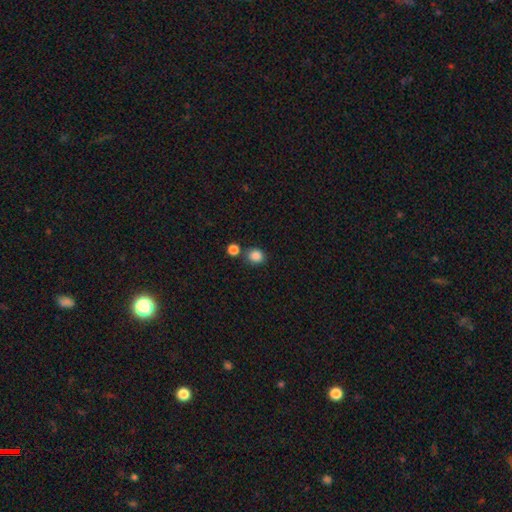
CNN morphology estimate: This is clearly a smooth galaxy (86%). How rounded: clearly round (81%). Merging: likely none (75%).